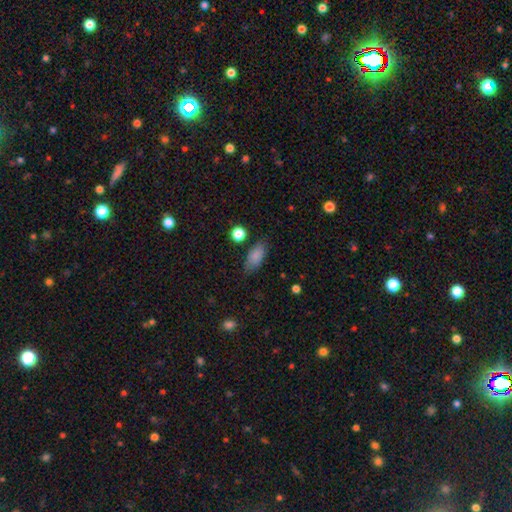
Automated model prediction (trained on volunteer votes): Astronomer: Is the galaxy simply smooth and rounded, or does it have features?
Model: smooth — 84%.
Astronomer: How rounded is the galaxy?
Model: in between — 86%.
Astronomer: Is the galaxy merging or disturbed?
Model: none — 74%.